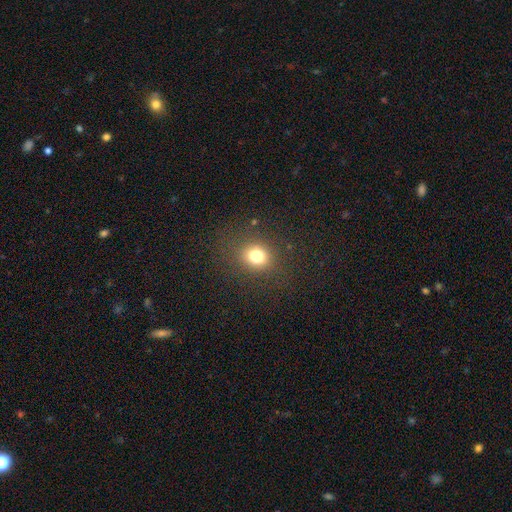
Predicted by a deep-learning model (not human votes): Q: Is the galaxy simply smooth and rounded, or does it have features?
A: smooth — 76%.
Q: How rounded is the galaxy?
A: round — 74%.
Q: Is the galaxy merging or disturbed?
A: none — 85%.